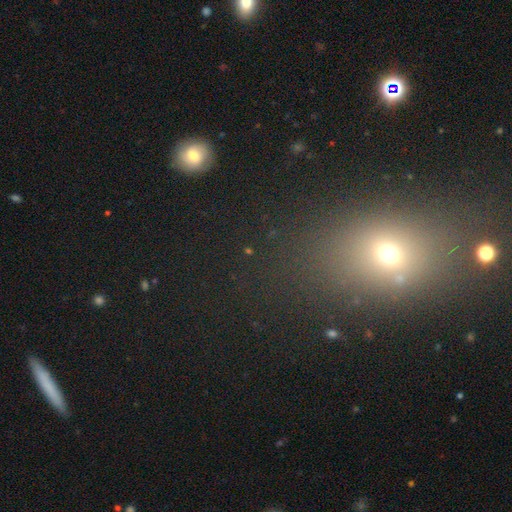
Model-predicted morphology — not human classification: Q: Smooth or featured?
A: smooth (48%); runner-up: star or artifact (39%)
Q: Merging?
A: none (80%); runner-up: minor disturbance (9%)